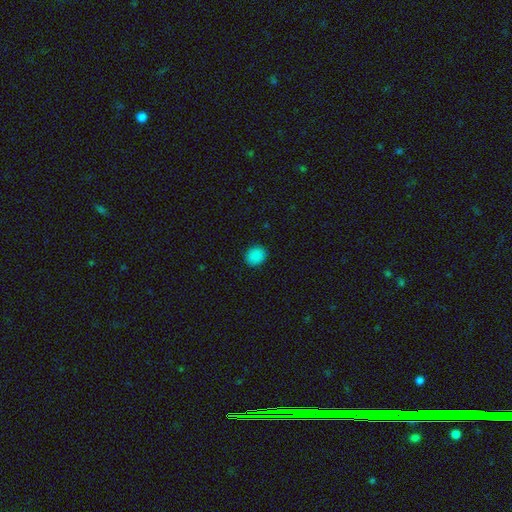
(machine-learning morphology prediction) smooth-or-featured: smooth: 87% | star or artifact: 11% | featured or disk: 2%
  how-rounded: round: 72% | in between: 27% | cigar-shaped: 1%
  merging: none: 90% | minor disturbance: 7% | major disturbance: 2% | merger: 1%